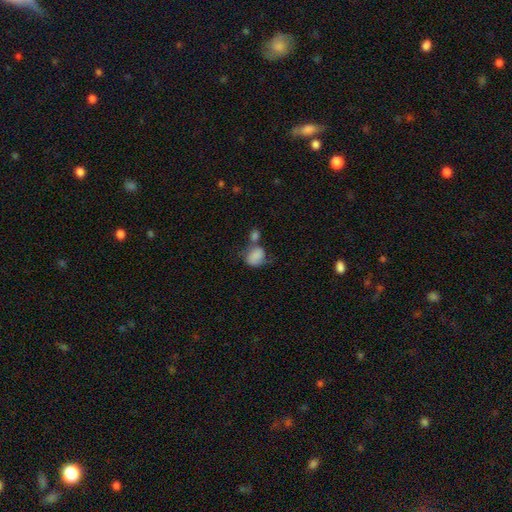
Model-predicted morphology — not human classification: type=smooth (78%); roundness=in between (50%); merging=merger (43%).